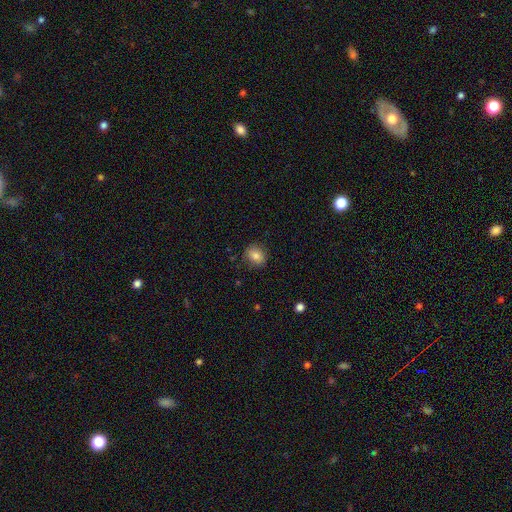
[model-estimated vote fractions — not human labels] The model was most divided on "how rounded": round: 60%, in between: 39%, cigar-shaped: 1%. More confident: merging — none (84%); smooth or featured — smooth (82%).